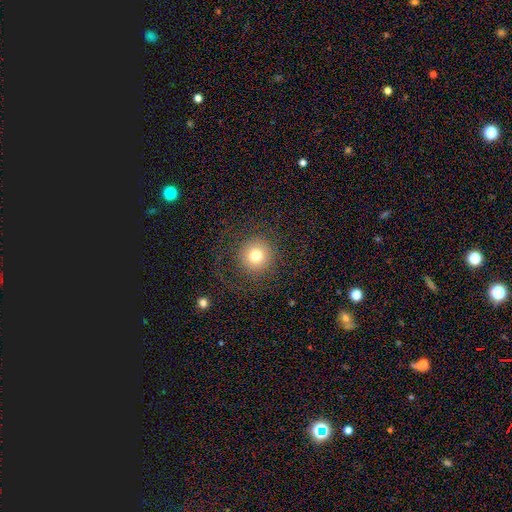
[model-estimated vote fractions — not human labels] Smooth or featured? smooth (73%)
How rounded? round (95%)
Merging? none (83%)